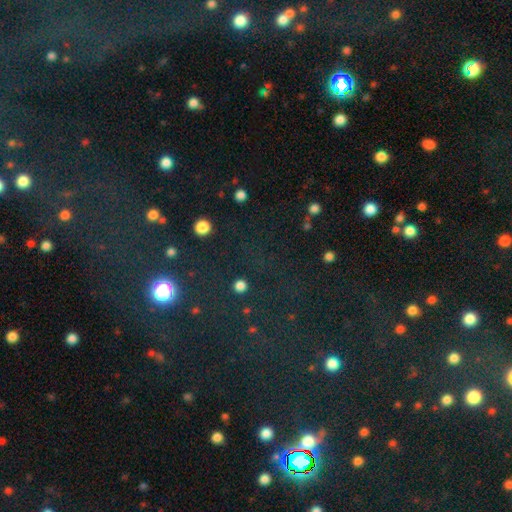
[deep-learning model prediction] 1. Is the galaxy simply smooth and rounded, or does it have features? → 69% star or artifact, 21% smooth, 10% featured or disk.